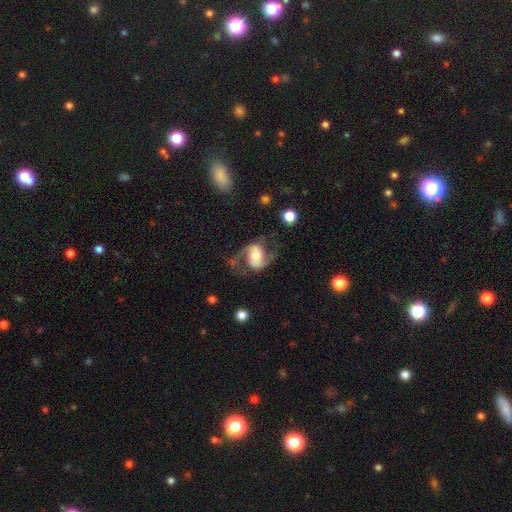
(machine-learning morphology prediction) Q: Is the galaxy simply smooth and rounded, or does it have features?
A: featured or disk — 82%.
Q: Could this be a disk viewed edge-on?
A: no — 97%.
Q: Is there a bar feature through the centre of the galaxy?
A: weak — 38%.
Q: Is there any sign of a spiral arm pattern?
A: yes — 94%.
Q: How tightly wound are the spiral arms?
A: medium — 47%.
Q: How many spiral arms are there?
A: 2 — 92%.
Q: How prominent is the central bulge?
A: moderate — 52%.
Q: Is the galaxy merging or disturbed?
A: none — 65%.